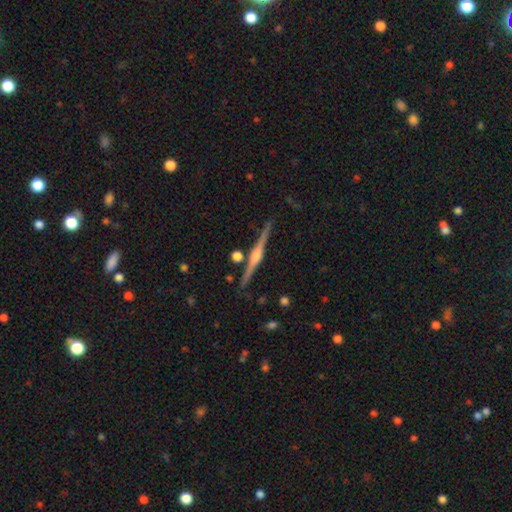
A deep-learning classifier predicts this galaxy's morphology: The model was most divided on "smooth or featured": featured or disk: 84%, smooth: 10%, star or artifact: 6%. More confident: edge-on disk — yes (98%); merging — none (88%); edge-on bulge — rounded (87%).